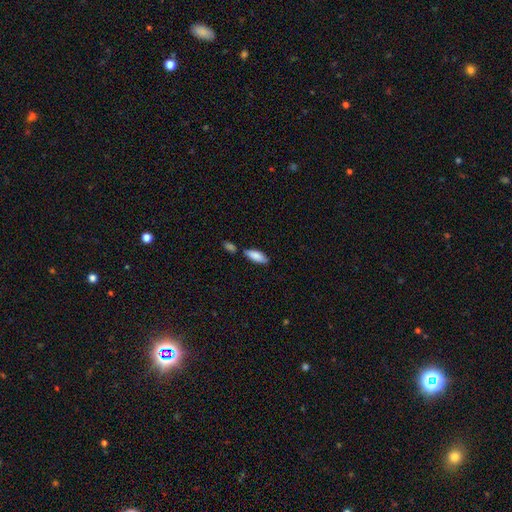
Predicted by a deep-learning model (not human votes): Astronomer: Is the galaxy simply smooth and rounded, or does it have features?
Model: smooth — 83%.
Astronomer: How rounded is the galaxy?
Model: in between — 68%.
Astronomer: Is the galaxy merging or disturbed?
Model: none — 67%.